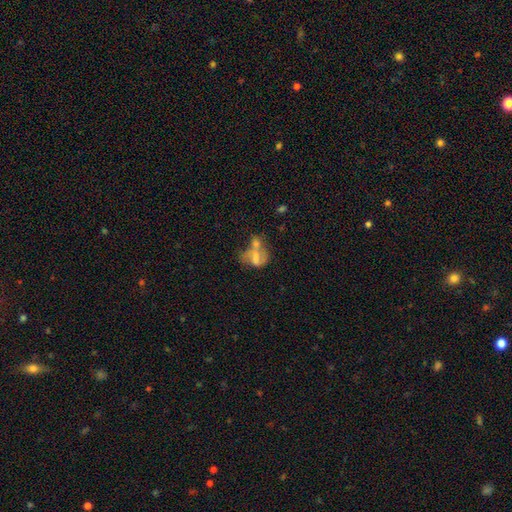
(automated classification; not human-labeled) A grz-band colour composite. It shows a smooth galaxy with no disk features (48%). Merging: merger (44%).